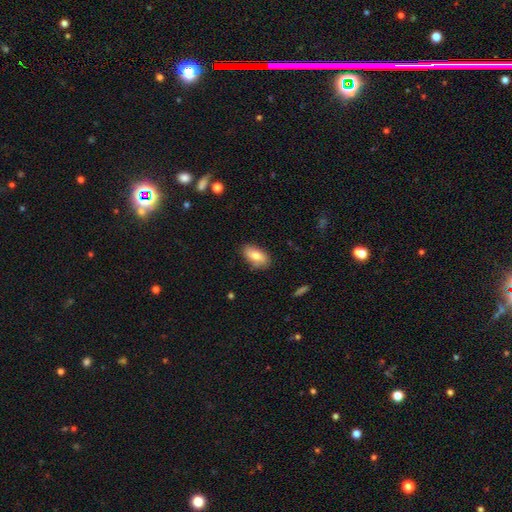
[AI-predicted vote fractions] Smooth or featured? smooth (80%)
How rounded? in between (91%)
Merging? none (81%)